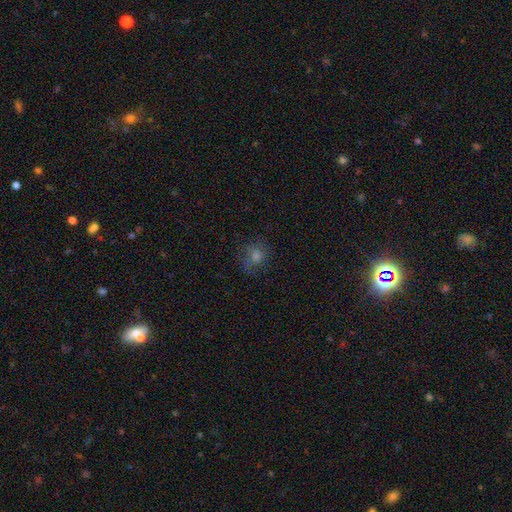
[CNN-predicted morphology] Smooth or featured: smooth — 44% (star or artifact — 28%)
Merging: none — 70% (minor disturbance — 17%)